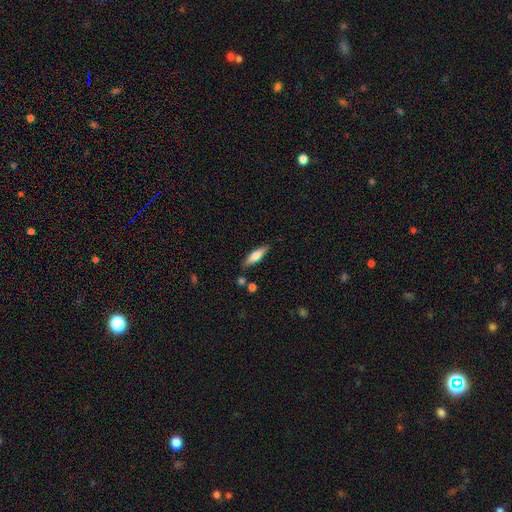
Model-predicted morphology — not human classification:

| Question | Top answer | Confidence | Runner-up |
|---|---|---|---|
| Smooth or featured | smooth | 65% | featured or disk (29%) |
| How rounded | cigar-shaped | 54% | in between (44%) |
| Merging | none | 82% | minor disturbance (12%) |